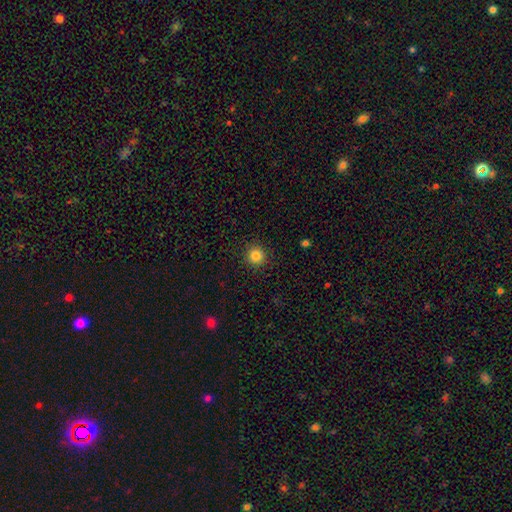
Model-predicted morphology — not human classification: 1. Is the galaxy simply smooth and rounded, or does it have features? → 84% smooth, 12% star or artifact, 5% featured or disk.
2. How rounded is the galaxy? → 95% round, 4% in between, 1% cigar-shaped.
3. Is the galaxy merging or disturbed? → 92% none, 5% minor disturbance, 2% major disturbance, 1% merger.